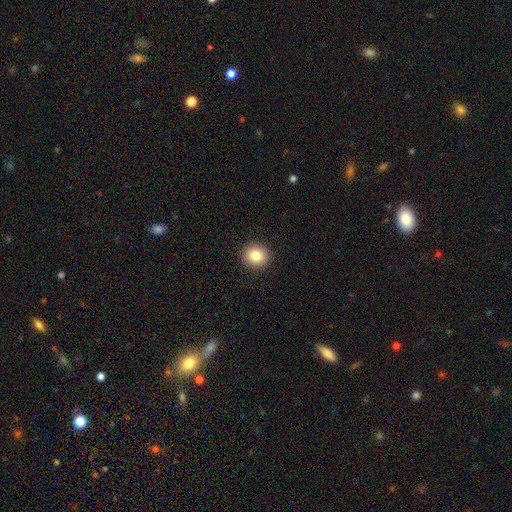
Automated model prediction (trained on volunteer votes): smooth-or-featured: smooth: 84% | star or artifact: 10% | featured or disk: 7%
  how-rounded: round: 90% | in between: 10% | cigar-shaped: 1%
  merging: none: 92% | minor disturbance: 5% | major disturbance: 2% | merger: 1%